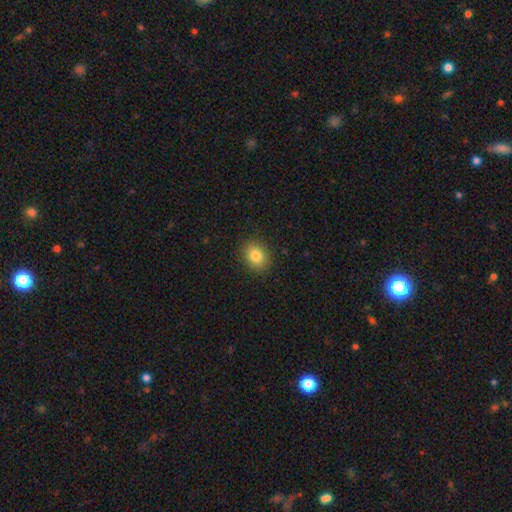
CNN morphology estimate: smooth-or-featured: smooth: 83% | star or artifact: 11% | featured or disk: 7%
  how-rounded: round: 56% | in between: 43% | cigar-shaped: 1%
  merging: none: 89% | minor disturbance: 8% | major disturbance: 2% | merger: 1%